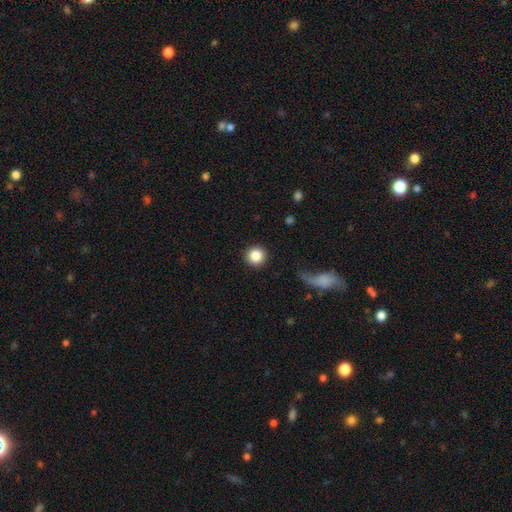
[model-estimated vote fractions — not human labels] Smooth or featured: smooth — 86% (star or artifact — 9%)
How rounded: round — 95% (in between — 4%)
Merging: none — 90% (minor disturbance — 5%)